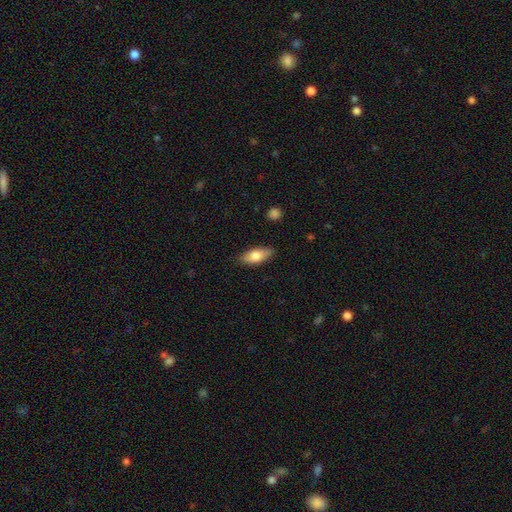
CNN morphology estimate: This appears to be a smooth galaxy with no disk features (76%) that is in between round and cigar-shaped (83%). Merging: none (85%).